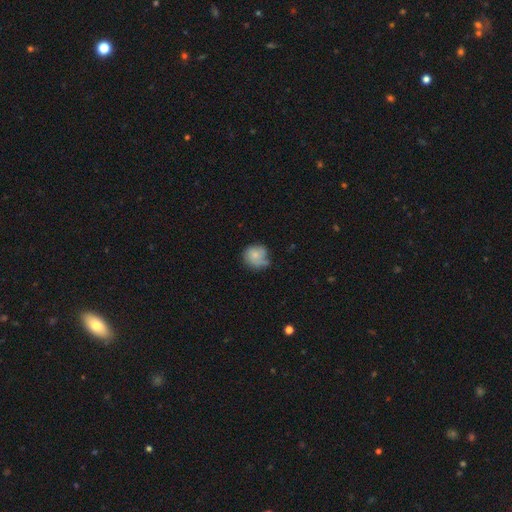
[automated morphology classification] Overall: smooth (69%). How rounded: round (81%). Merging: none (52%; minor disturbance 32%).